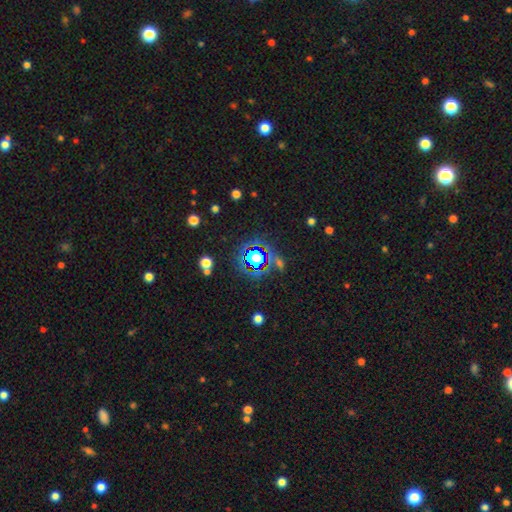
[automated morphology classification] Overall: star or artifact (59%; smooth 29%).